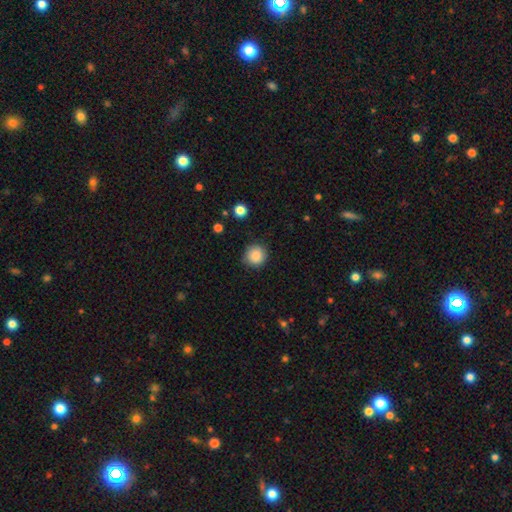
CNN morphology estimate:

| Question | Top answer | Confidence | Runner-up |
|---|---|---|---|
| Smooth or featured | smooth | 86% | star or artifact (9%) |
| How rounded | round | 91% | in between (8%) |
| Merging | none | 84% | minor disturbance (12%) |